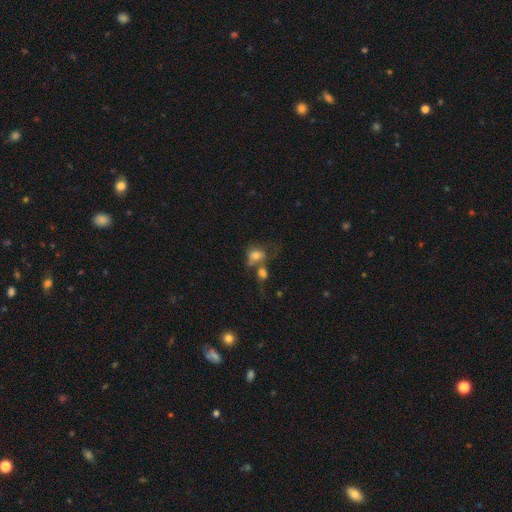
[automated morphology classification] smooth-or-featured: smooth: 68% | featured or disk: 20% | star or artifact: 12%
  how-rounded: in between: 55% | round: 44% | cigar-shaped: 2%
  merging: merger: 46% | none: 26% | major disturbance: 15% | minor disturbance: 14%